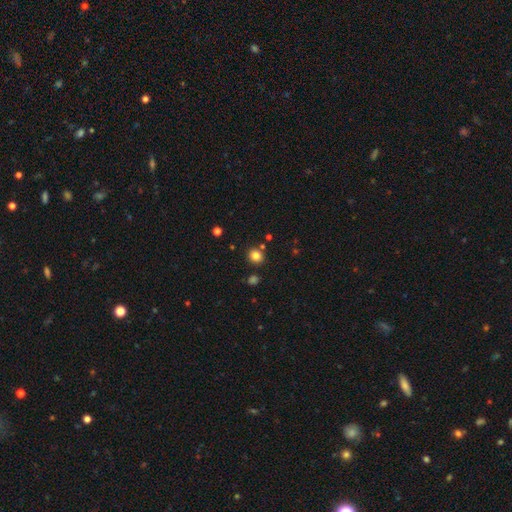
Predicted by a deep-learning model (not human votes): A smooth galaxy with no disk features (82%) that is round (79%). Merging: none (83%).